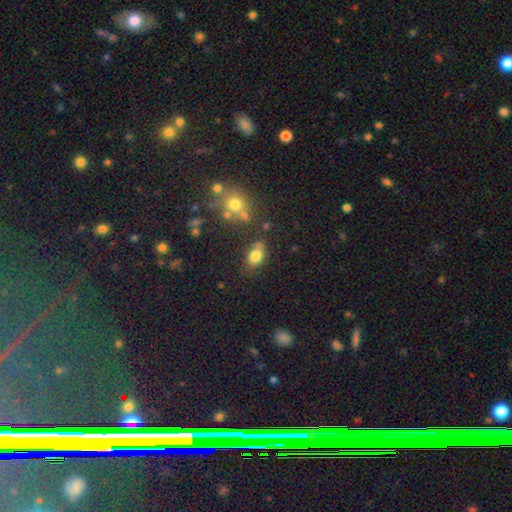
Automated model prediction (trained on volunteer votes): Q: Smooth or featured?
A: smooth (77%); runner-up: star or artifact (12%)
Q: How rounded?
A: in between (75%); runner-up: round (23%)
Q: Merging?
A: none (65%); runner-up: minor disturbance (19%)